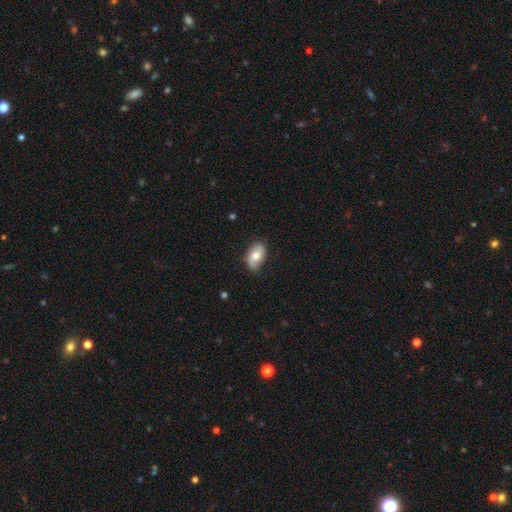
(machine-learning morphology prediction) This appears to be a smooth galaxy with no disk features (67%) that is in between round and cigar-shaped (91%). Merging: none (75%).